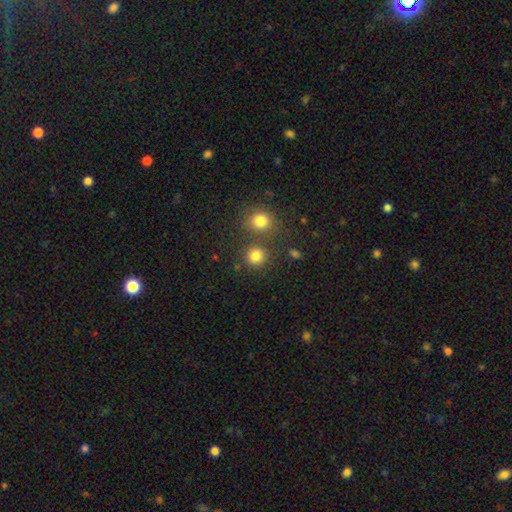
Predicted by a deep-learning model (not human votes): A smooth galaxy with no disk features (81%) that is round (89%). Merging: none (74%).